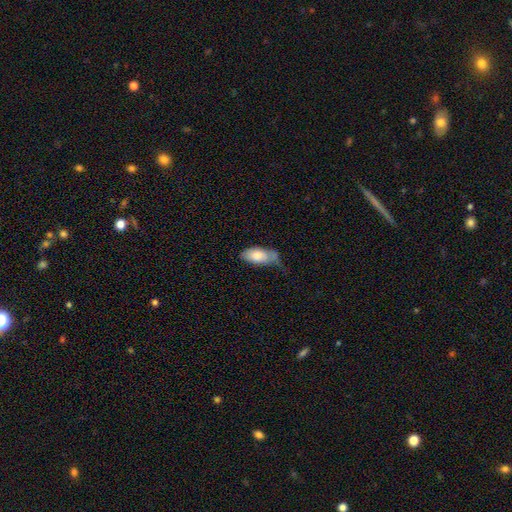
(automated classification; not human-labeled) Smooth or featured: smooth — 72% (featured or disk — 20%)
How rounded: in between — 87% (cigar-shaped — 11%)
Merging: minor disturbance — 40% (none — 35%)